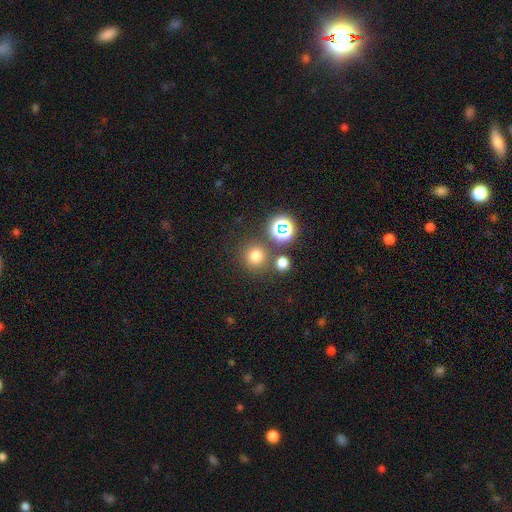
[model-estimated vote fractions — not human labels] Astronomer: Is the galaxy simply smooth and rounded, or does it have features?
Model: smooth — 72%.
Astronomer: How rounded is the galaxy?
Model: round — 92%.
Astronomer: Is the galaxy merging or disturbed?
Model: none — 77%.